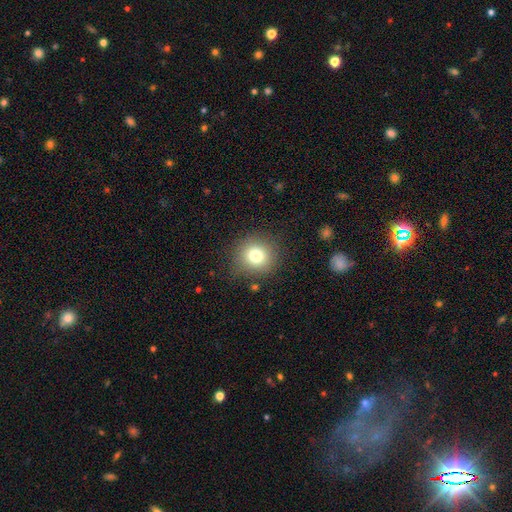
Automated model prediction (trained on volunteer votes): Overall: smooth (78%). How rounded: round (90%). Merging: none (85%).